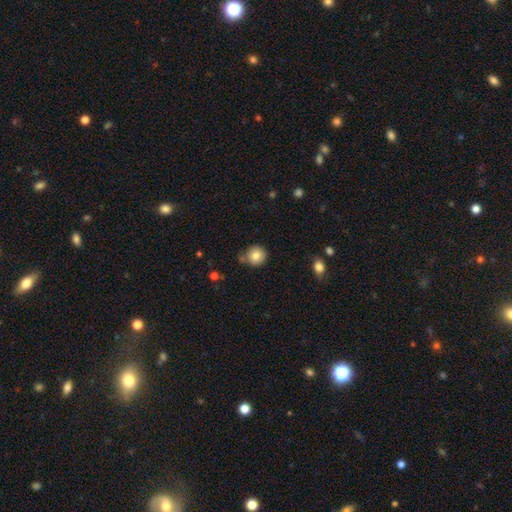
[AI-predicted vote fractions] The model was most divided on "merging": none: 76%, minor disturbance: 13%, merger: 8%, major disturbance: 3%. More confident: how rounded — round (92%); smooth or featured — smooth (82%).